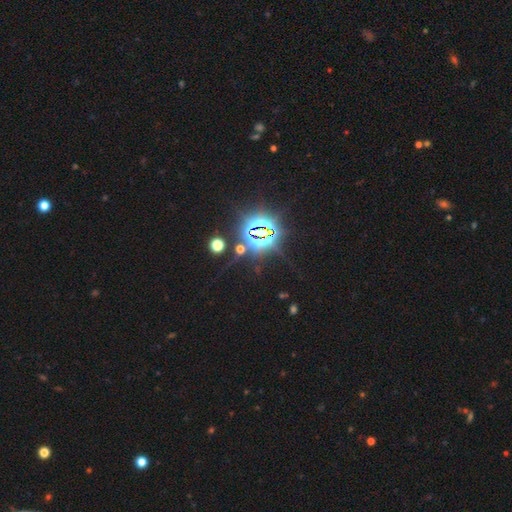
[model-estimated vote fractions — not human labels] This is clearly a star or artifact rather than a galaxy (84%).